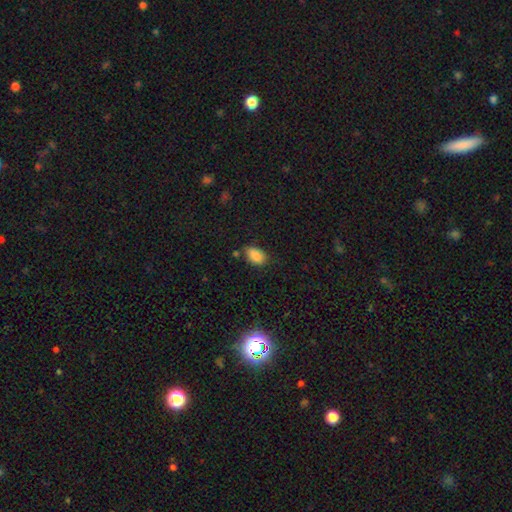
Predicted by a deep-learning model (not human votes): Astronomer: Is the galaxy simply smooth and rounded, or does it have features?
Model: smooth — 86%.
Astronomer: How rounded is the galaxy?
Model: in between — 87%.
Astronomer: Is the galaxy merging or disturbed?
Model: none — 72%.